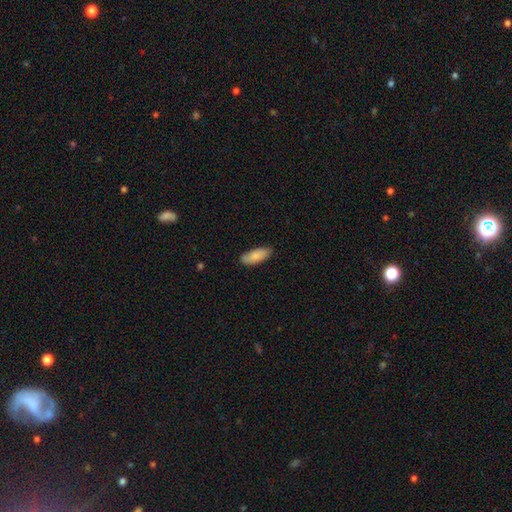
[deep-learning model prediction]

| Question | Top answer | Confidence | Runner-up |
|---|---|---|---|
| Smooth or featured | smooth | 86% | featured or disk (8%) |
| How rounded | in between | 76% | cigar-shaped (23%) |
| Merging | none | 82% | minor disturbance (15%) |